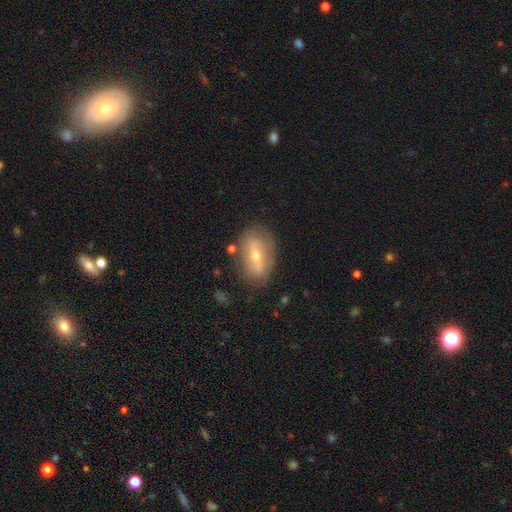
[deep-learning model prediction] Smooth or featured? Predicted: featured or disk (p=0.59). Edge-on disk? Predicted: no (p=0.77). Merging? Predicted: none (p=0.77).